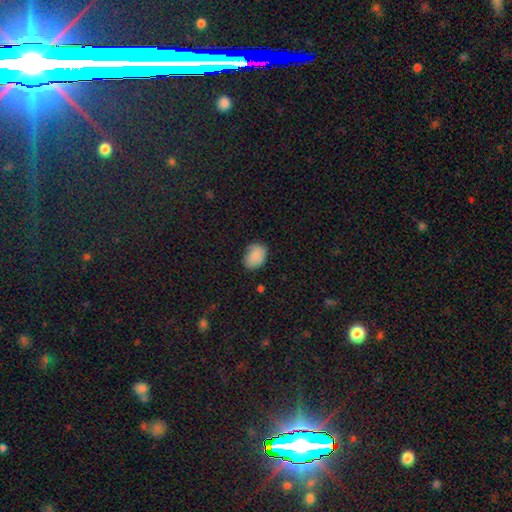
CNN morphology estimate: A smooth galaxy with no disk features (85%) that is in between round and cigar-shaped (74%). Merging: none (72%).